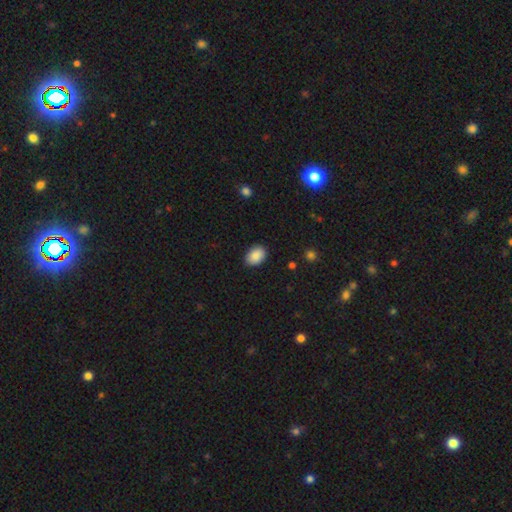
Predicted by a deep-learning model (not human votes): Smooth or featured?
  - smooth: 89% *
  - star or artifact: 7%
  - featured or disk: 4%
How rounded?
  - in between: 81% *
  - round: 18%
  - cigar-shaped: 1%
Merging?
  - none: 88% *
  - minor disturbance: 9%
  - major disturbance: 2%
  - merger: 1%